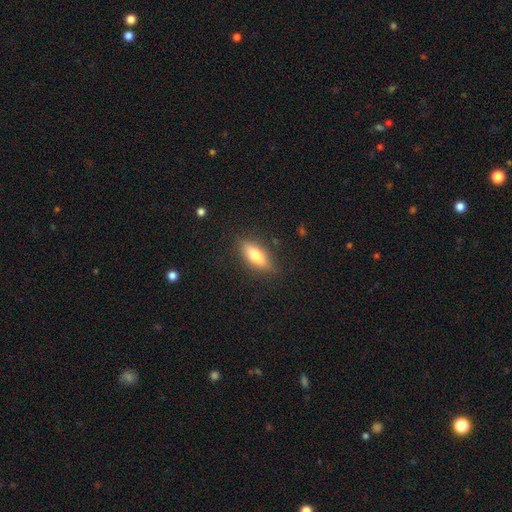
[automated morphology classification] Q: Smooth or featured?
A: smooth (69%); runner-up: featured or disk (24%)
Q: How rounded?
A: in between (67%); runner-up: cigar-shaped (30%)
Q: Merging?
A: none (84%); runner-up: minor disturbance (12%)